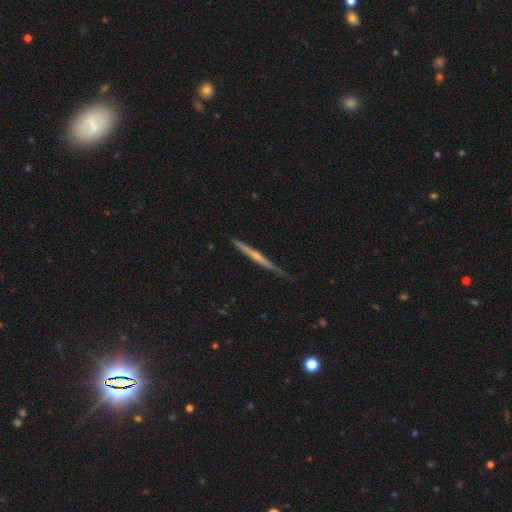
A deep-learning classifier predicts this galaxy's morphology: A featured or disk galaxy (66%) viewed edge-on (98%) with a rounded central bulge (54%). Merging: none (81%).